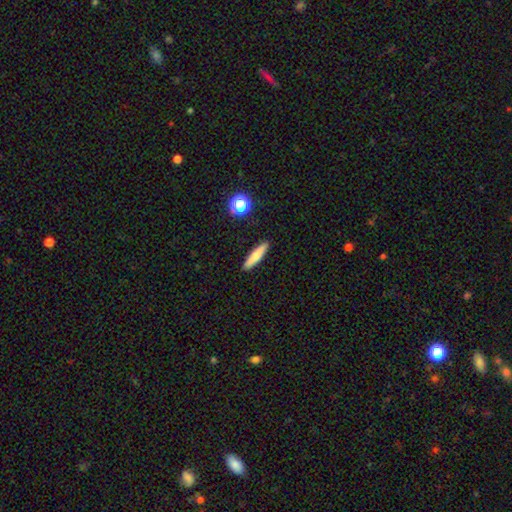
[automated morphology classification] smooth-or-featured: smooth: 69% | featured or disk: 23% | star or artifact: 8%
  how-rounded: cigar-shaped: 86% | in between: 12% | round: 2%
  merging: none: 91% | minor disturbance: 6% | major disturbance: 2% | merger: 1%